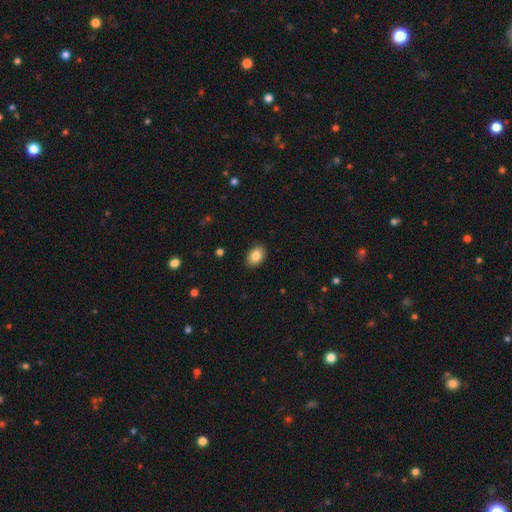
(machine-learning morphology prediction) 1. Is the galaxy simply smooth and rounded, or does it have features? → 86% smooth, 8% star or artifact, 6% featured or disk.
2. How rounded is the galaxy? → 78% in between, 21% round, 1% cigar-shaped.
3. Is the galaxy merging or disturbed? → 89% none, 8% minor disturbance, 2% major disturbance, 1% merger.